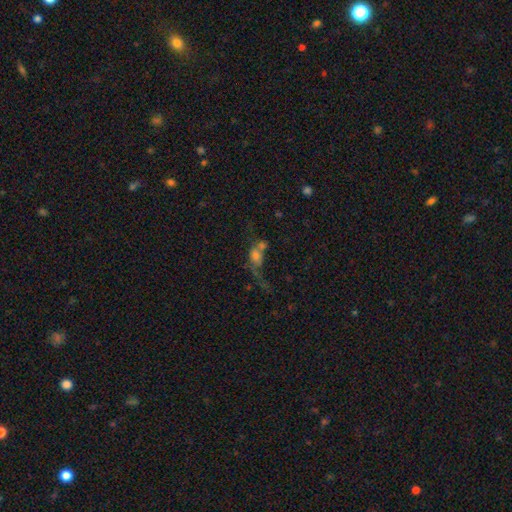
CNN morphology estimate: This is possibly a smooth galaxy (55%). How rounded: possibly in between (60%). Merging: possibly merger (48%).